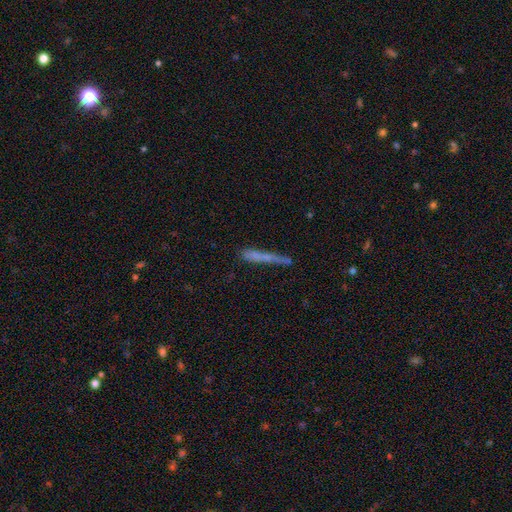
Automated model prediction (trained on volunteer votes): Smooth or featured?
  - smooth: 54% *
  - featured or disk: 35%
  - star or artifact: 11%
How rounded?
  - cigar-shaped: 94% *
  - in between: 4%
  - round: 2%
Merging?
  - none: 61% *
  - minor disturbance: 21%
  - major disturbance: 10%
  - merger: 8%